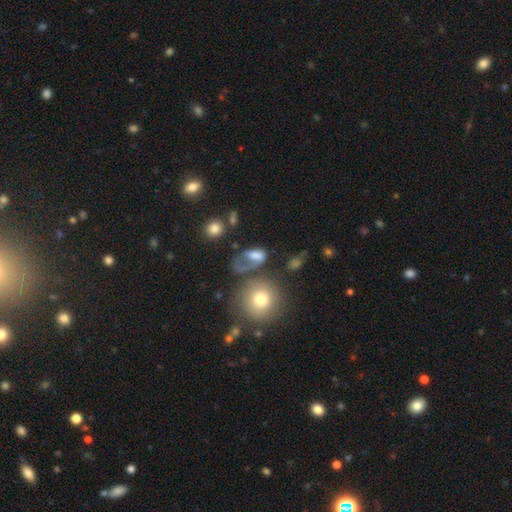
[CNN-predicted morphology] Smooth or featured? smooth (62%)
How rounded? in between (75%)
Merging? major disturbance (34%)